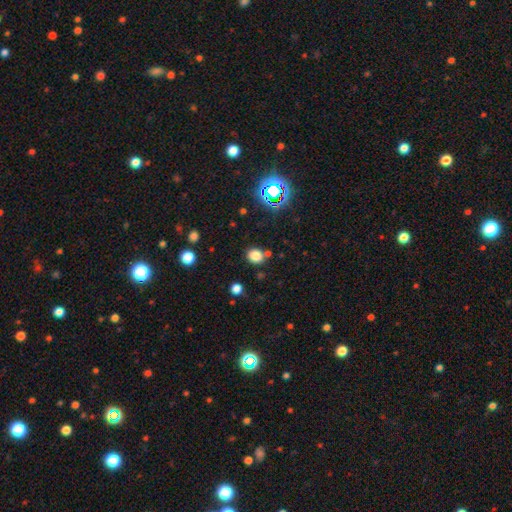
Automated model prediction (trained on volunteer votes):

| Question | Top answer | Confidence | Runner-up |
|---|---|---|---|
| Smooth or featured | smooth | 78% | star or artifact (17%) |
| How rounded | round | 72% | in between (27%) |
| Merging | none | 77% | minor disturbance (10%) |